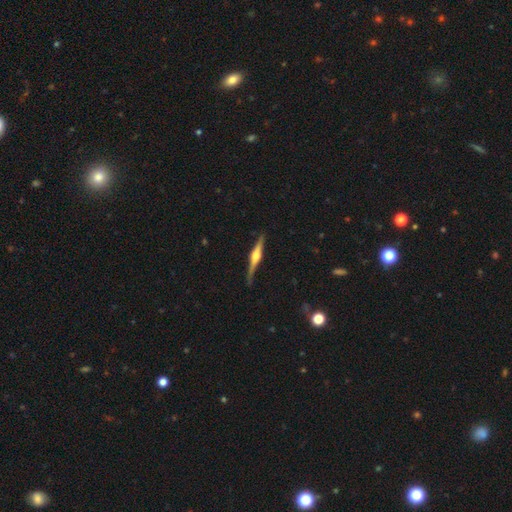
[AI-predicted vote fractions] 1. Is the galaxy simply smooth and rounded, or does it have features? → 81% featured or disk, 14% smooth, 5% star or artifact.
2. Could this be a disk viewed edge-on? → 98% yes, 2% no.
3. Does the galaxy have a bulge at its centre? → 91% rounded, 7% boxy, 3% none.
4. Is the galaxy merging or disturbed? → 84% none, 12% minor disturbance, 2% major disturbance, 1% merger.